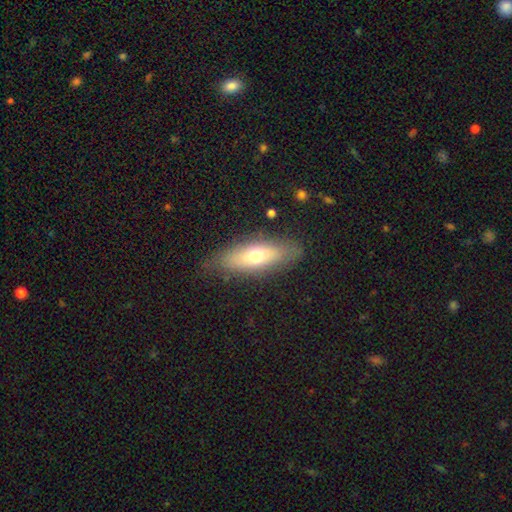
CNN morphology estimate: Q: Smooth or featured?
A: smooth (62%); runner-up: featured or disk (31%)
Q: How rounded?
A: in between (64%); runner-up: cigar-shaped (32%)
Q: Merging?
A: none (80%); runner-up: minor disturbance (14%)